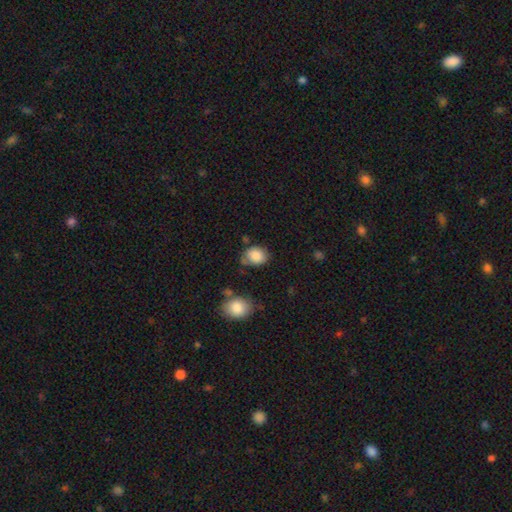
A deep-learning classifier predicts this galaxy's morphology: type=smooth (86%); roundness=round (53%); merging=none (56%).